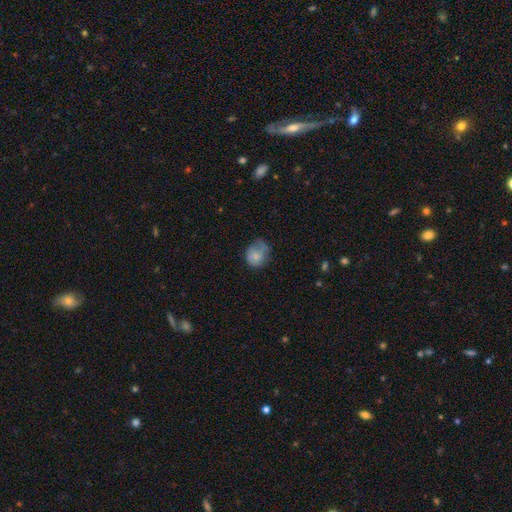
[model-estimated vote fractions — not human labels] smooth_or_featured: smooth (p=0.72) [alt: featured or disk p=0.19]
how_rounded: round (p=0.61) [alt: in between p=0.38]
merging: none (p=0.39) [alt: minor disturbance p=0.37]